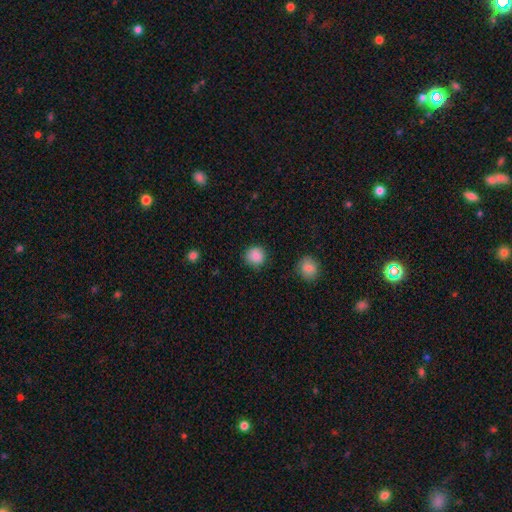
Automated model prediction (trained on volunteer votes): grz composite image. It shows a smooth galaxy with no disk features (86%) that is round (91%). Merging: none (85%).